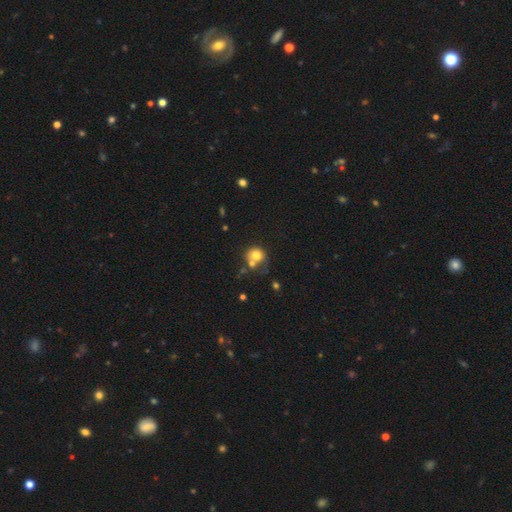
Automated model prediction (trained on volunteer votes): smooth 75%, featured or disk 14%, star or artifact 11%. Down the decision tree: how rounded — round (80%); merging — none (41%).